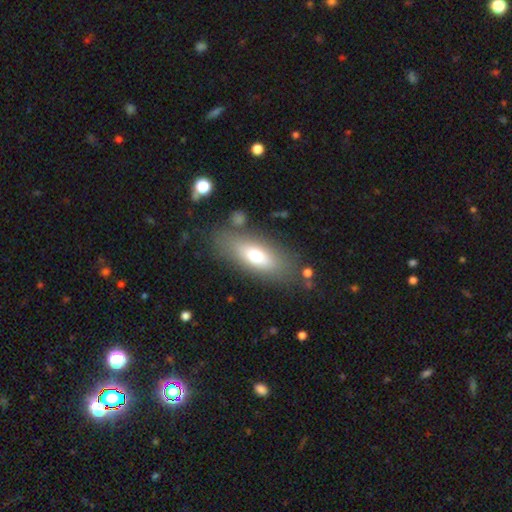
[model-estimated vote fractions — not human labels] This appears to be a smooth galaxy with no disk features (68%) that is in between round and cigar-shaped (73%). Merging: none (76%).